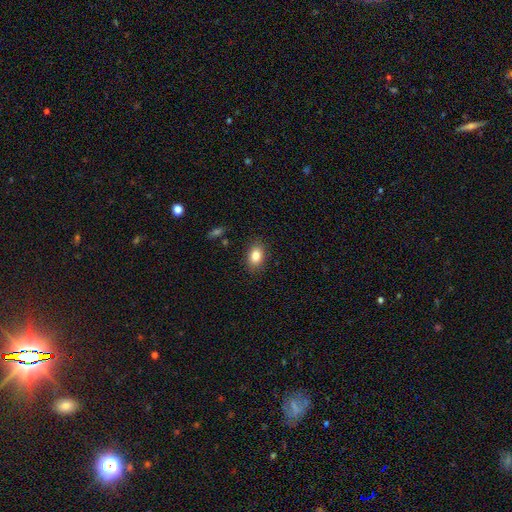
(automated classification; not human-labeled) smooth-or-featured: smooth: 84% | star or artifact: 9% | featured or disk: 8%
  how-rounded: in between: 79% | round: 19% | cigar-shaped: 1%
  merging: none: 86% | minor disturbance: 10% | major disturbance: 3% | merger: 1%